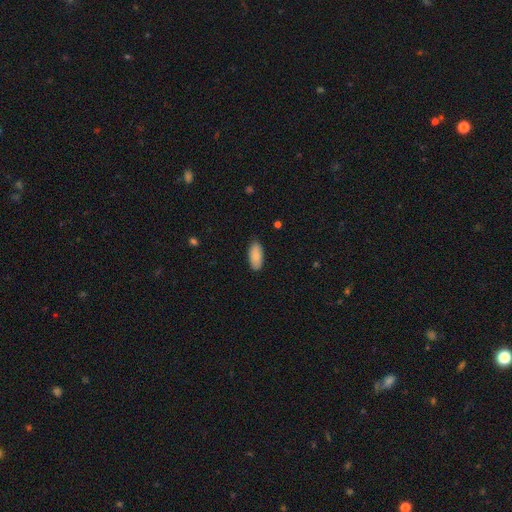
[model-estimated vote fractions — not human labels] smooth-or-featured: smooth: 89% | star or artifact: 6% | featured or disk: 5%
  how-rounded: in between: 90% | cigar-shaped: 9% | round: 2%
  merging: none: 88% | minor disturbance: 9% | major disturbance: 2% | merger: 1%